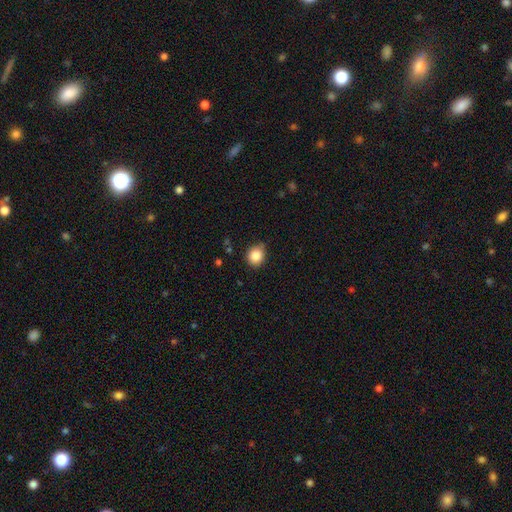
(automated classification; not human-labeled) Smooth or featured? Predicted: smooth (p=0.85). How rounded? Predicted: round (p=0.76). Merging? Predicted: none (p=0.74).